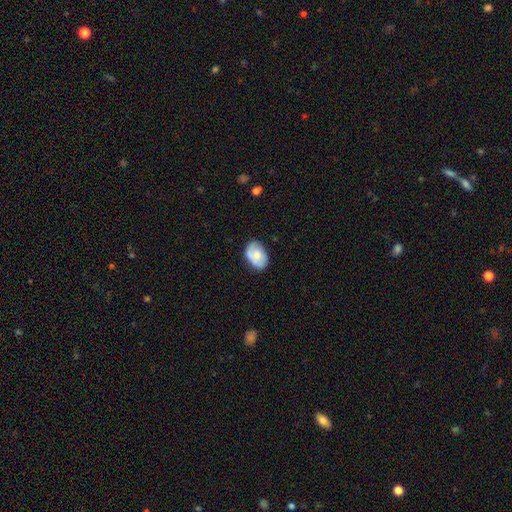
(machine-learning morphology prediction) smooth_or_featured: smooth (p=0.62) [alt: featured or disk p=0.31]
how_rounded: in between (p=0.80) [alt: round p=0.19]
merging: none (p=0.71) [alt: minor disturbance p=0.22]